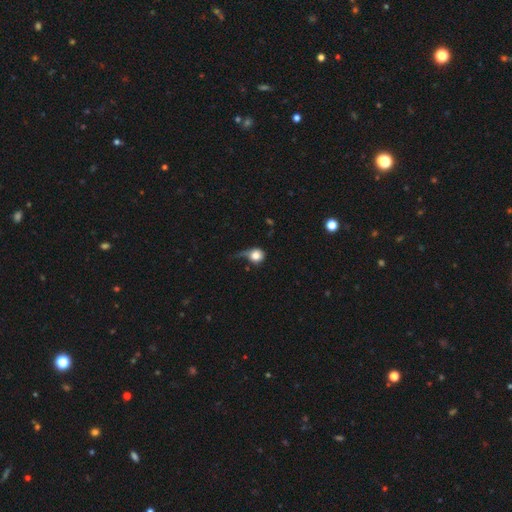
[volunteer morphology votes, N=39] Overall: smooth (69%). How rounded: round (96%). Merging: major disturbance (46%; minor disturbance 31%).